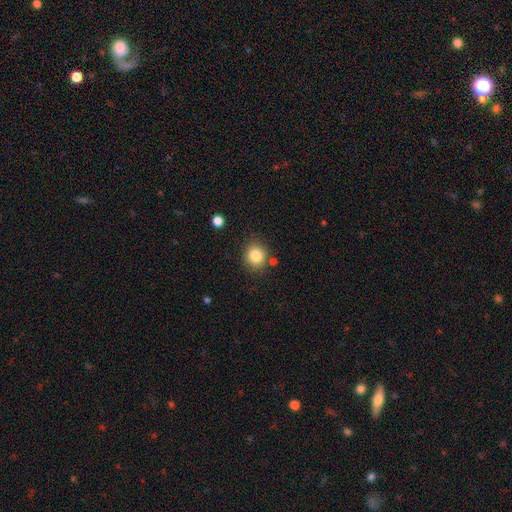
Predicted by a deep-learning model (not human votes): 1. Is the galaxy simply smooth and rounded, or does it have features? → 84% smooth, 10% star or artifact, 6% featured or disk.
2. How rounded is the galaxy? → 82% round, 17% in between, 1% cigar-shaped.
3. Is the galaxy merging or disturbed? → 83% none, 10% minor disturbance, 5% merger, 3% major disturbance.